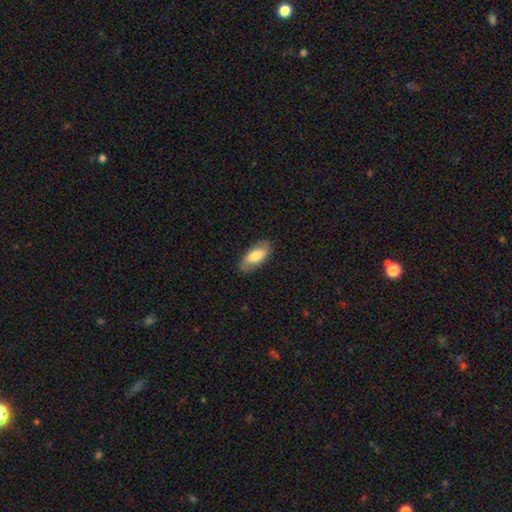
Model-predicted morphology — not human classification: Smooth or featured? smooth (73%)
How rounded? in between (86%)
Merging? none (84%)